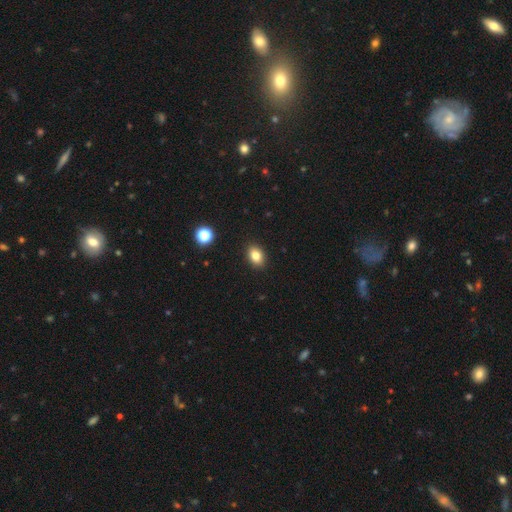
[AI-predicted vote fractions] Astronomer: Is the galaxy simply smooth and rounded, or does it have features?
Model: smooth — 82%.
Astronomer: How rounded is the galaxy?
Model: in between — 73%.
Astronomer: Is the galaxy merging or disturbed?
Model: none — 90%.